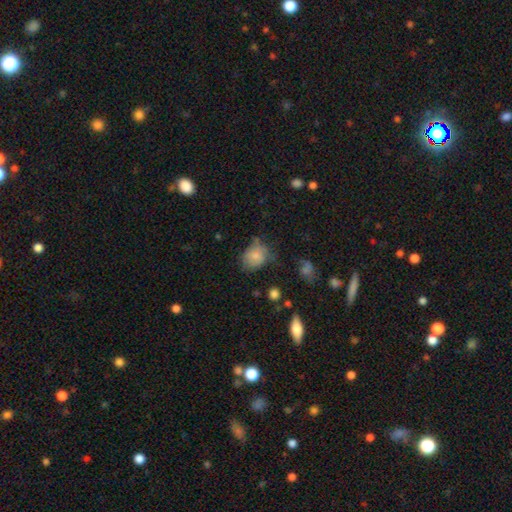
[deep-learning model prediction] smooth_or_featured: smooth (p=0.75) [alt: featured or disk p=0.15]
how_rounded: round (p=0.52) [alt: in between p=0.47]
merging: none (p=0.46) [alt: minor disturbance p=0.35]